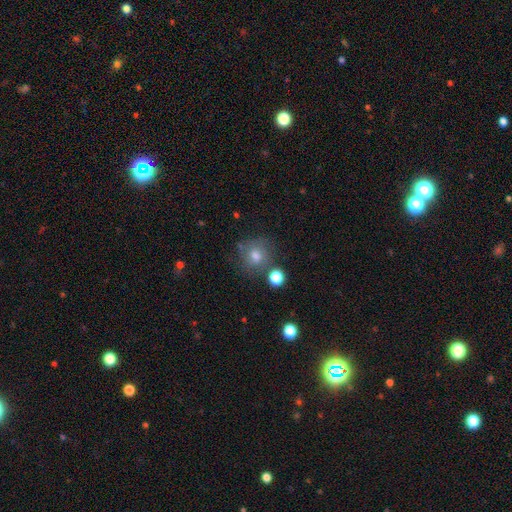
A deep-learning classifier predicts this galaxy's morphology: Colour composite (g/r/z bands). It shows a smooth galaxy with no disk features (70%) that is round (86%). Merging: none (72%).